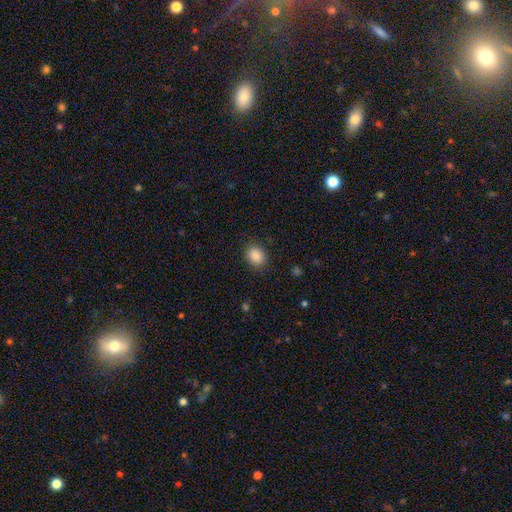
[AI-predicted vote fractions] Overall: smooth (88%). How rounded: round (51%; in between 48%). Merging: none (87%).